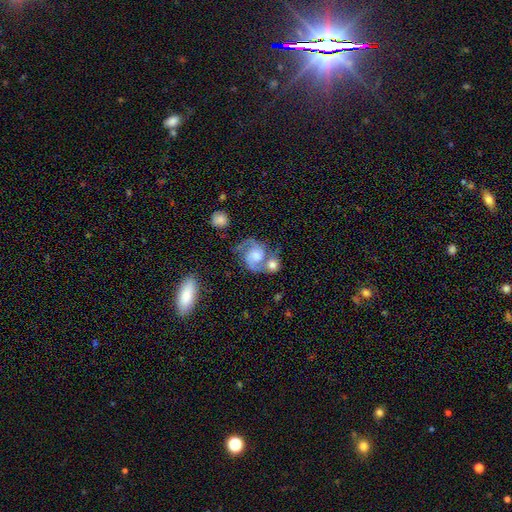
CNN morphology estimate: Smooth or featured? Predicted: featured or disk (p=0.82). Edge-on disk? Predicted: no (p=0.97). Bar? Predicted: no (p=0.59). Spiral arms? Predicted: yes (p=0.96). Spiral winding? Predicted: medium (p=0.57). Spiral arm count? Predicted: 2 (p=0.89). Bulge size? Predicted: moderate (p=0.46). Merging? Predicted: none (p=0.47).